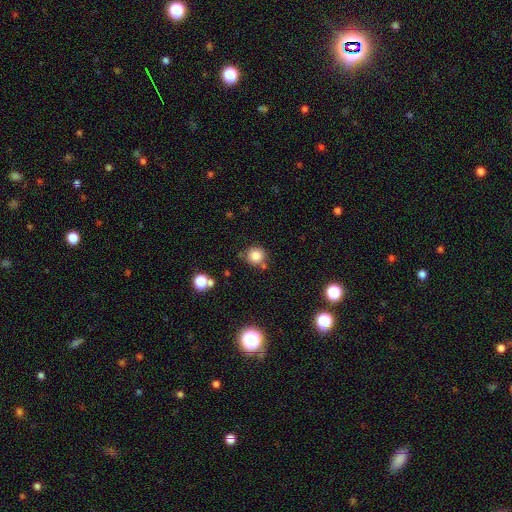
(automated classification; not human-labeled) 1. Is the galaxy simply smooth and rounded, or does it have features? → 83% smooth, 12% star or artifact, 6% featured or disk.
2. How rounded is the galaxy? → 92% round, 7% in between, 1% cigar-shaped.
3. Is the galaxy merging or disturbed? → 77% none, 12% minor disturbance, 8% merger, 3% major disturbance.